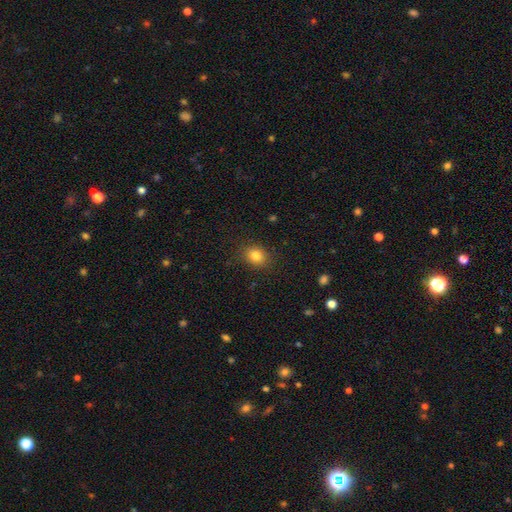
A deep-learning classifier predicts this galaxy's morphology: Smooth or featured?
  - smooth: 83% *
  - star or artifact: 11%
  - featured or disk: 6%
How rounded?
  - round: 55% *
  - in between: 44%
  - cigar-shaped: 1%
Merging?
  - none: 86% *
  - minor disturbance: 10%
  - major disturbance: 3%
  - merger: 1%